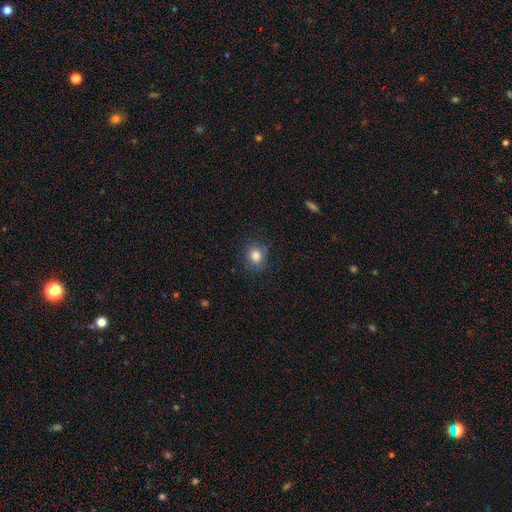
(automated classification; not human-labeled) Overall: smooth (83%). How rounded: round (76%). Merging: none (81%).